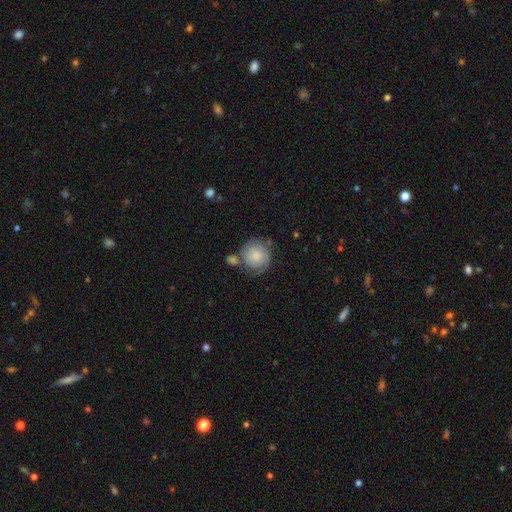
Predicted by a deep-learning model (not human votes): A smooth galaxy with no disk features (67%) that is round (88%). Merging: none (56%).